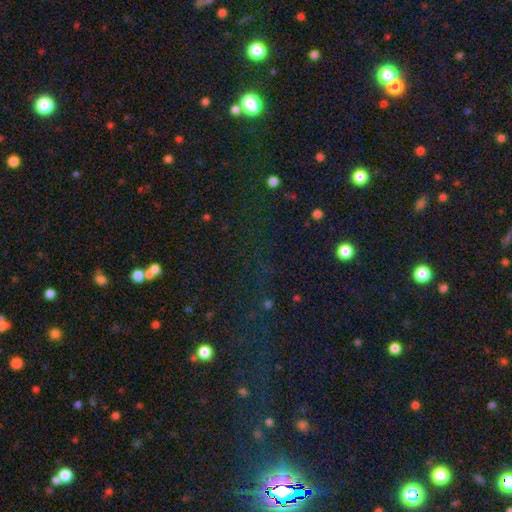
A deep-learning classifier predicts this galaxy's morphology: This is likely a star or artifact rather than a galaxy (70%).